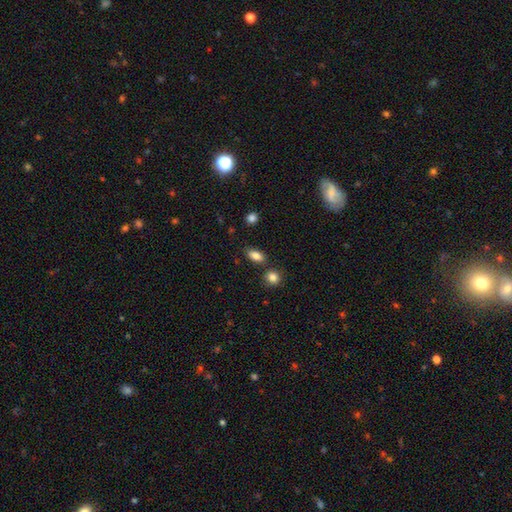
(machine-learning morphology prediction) Q: Smooth or featured?
A: smooth (86%); runner-up: star or artifact (9%)
Q: How rounded?
A: in between (86%); runner-up: round (8%)
Q: Merging?
A: none (78%); runner-up: minor disturbance (11%)